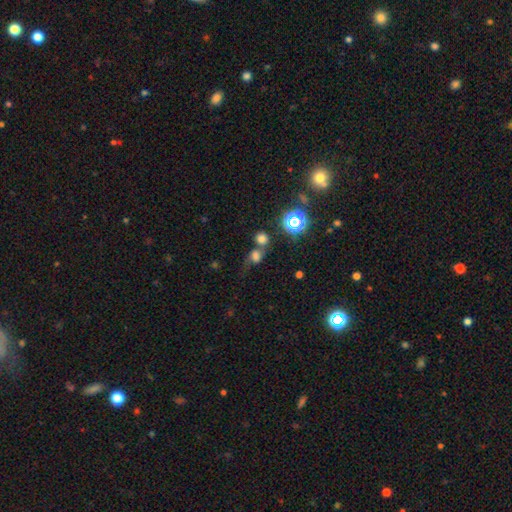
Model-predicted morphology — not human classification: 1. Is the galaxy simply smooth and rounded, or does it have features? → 63% smooth, 24% star or artifact, 13% featured or disk.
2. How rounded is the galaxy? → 61% round, 37% in between, 2% cigar-shaped.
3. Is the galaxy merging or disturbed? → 47% merger, 32% none, 11% minor disturbance, 10% major disturbance.